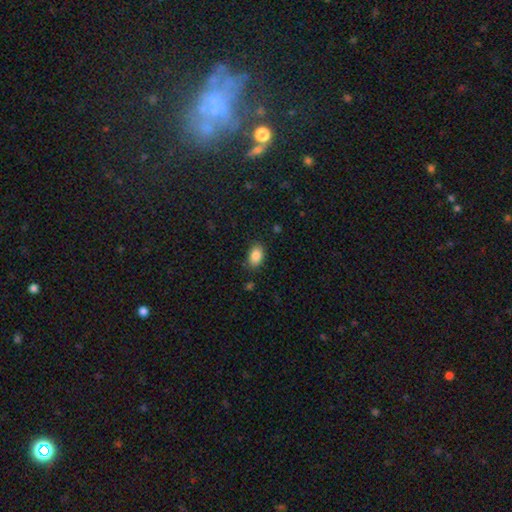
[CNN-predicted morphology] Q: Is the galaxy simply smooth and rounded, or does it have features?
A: smooth — 87%.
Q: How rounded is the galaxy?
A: in between — 87%.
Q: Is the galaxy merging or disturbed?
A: none — 83%.